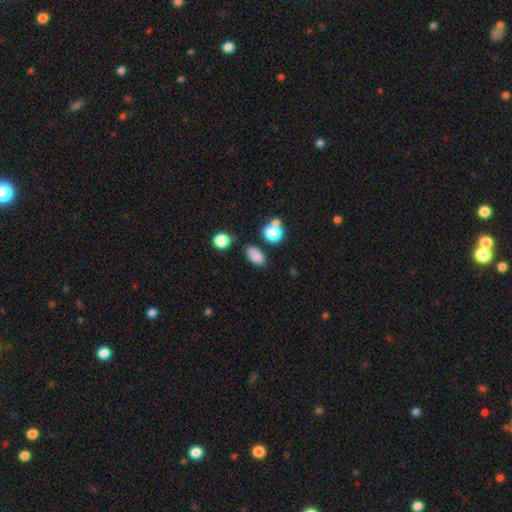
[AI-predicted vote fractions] smooth_or_featured: smooth (p=0.82) [alt: star or artifact p=0.12]
how_rounded: in between (p=0.85) [alt: round p=0.12]
merging: none (p=0.76) [alt: minor disturbance p=0.13]